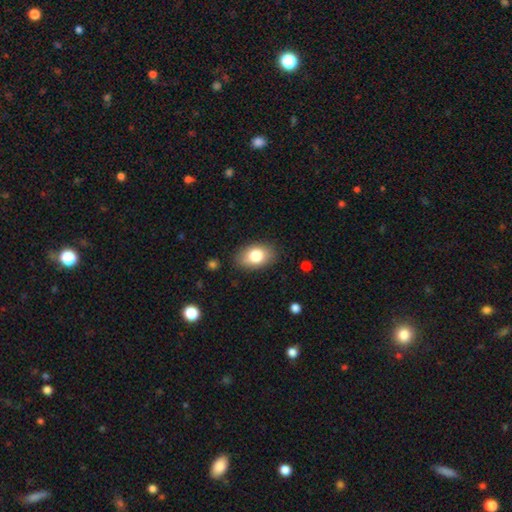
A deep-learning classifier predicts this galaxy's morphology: type=smooth (80%); roundness=in between (88%); merging=none (85%).